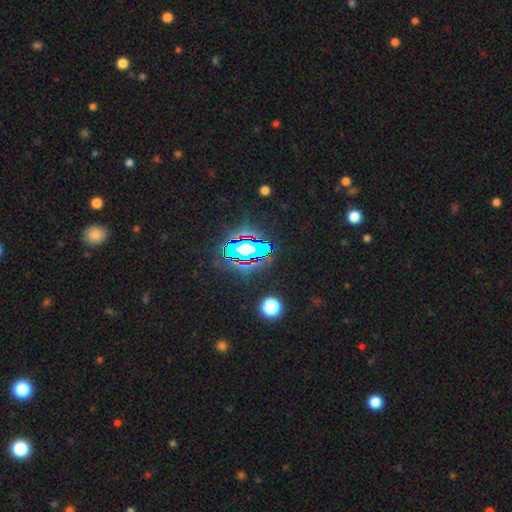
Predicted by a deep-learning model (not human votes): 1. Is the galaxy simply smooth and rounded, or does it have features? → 81% star or artifact, 12% smooth, 7% featured or disk.